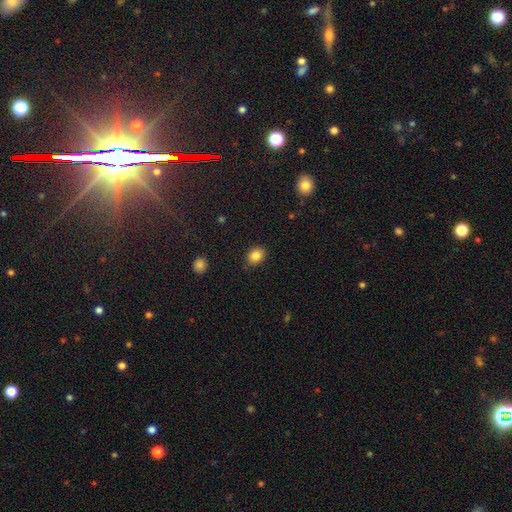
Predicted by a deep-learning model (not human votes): Overall: smooth (84%). How rounded: in between (52%; round 47%). Merging: none (87%).